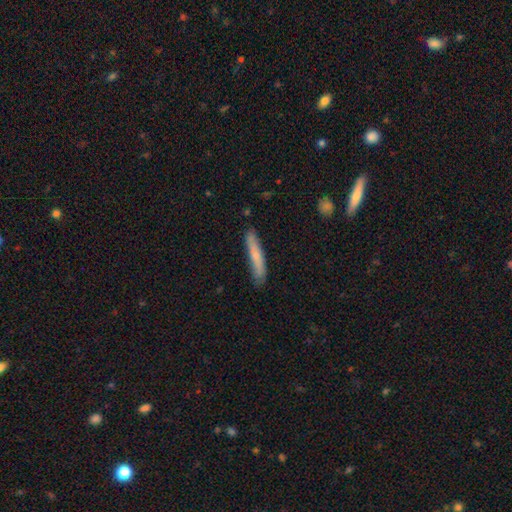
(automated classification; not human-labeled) This appears to be a smooth galaxy with no disk features (69%) that is cigar-shaped (93%). Merging: none (78%).